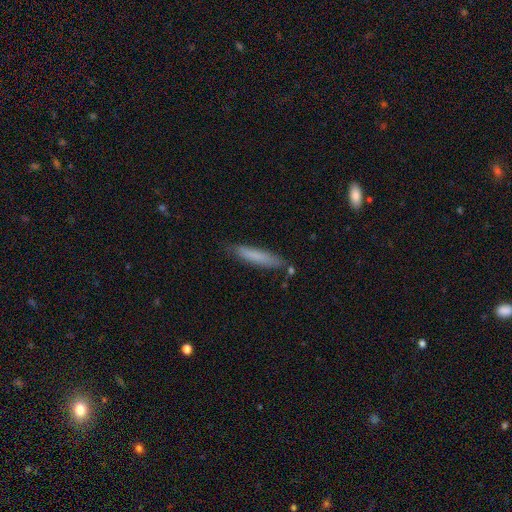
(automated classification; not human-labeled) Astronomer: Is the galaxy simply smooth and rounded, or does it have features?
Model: smooth — 76%.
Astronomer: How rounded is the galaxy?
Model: cigar-shaped — 89%.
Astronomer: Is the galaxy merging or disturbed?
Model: none — 79%.